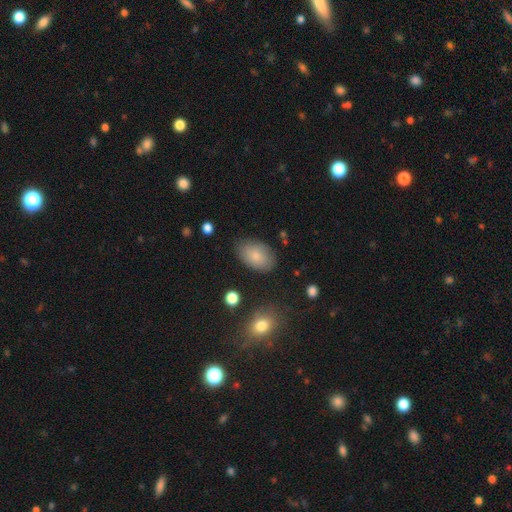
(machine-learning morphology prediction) A smooth galaxy with no disk features (80%) that is in between round and cigar-shaped (88%).

Vote fractions:
- Smooth or featured? smooth: 80% / featured or disk: 12% / star or artifact: 8%
- How rounded? in between: 88% / round: 10% / cigar-shaped: 1%
- Merging? none: 79% / minor disturbance: 15% / major disturbance: 4% / merger: 2%